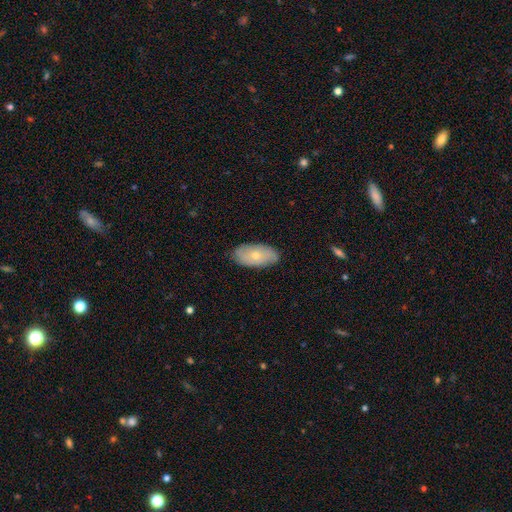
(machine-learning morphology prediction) This appears to be a smooth galaxy with no disk features (53%) that is in between round and cigar-shaped (92%). Merging: none (82%).